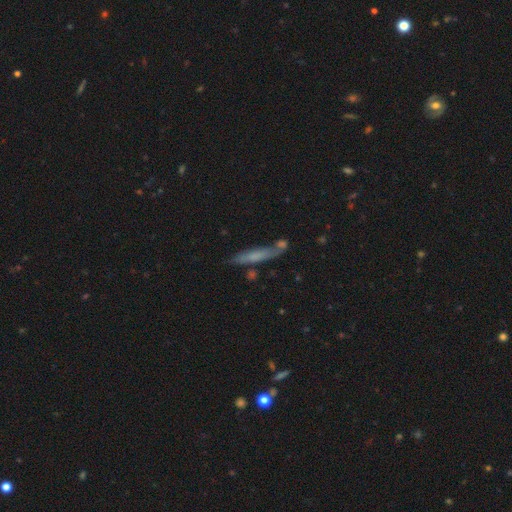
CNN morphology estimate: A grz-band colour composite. It shows a smooth galaxy with no disk features (52%) that is cigar-shaped (90%). Merging: none (68%).